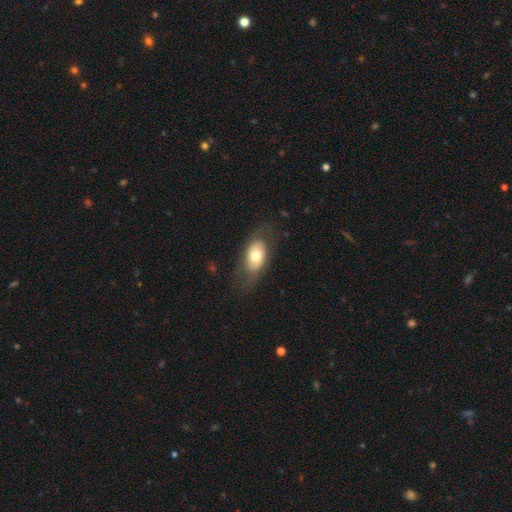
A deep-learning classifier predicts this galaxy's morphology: The model was most divided on "smooth or featured": smooth: 65%, featured or disk: 29%, star or artifact: 7%. More confident: how rounded — in between (90%); merging — none (71%).